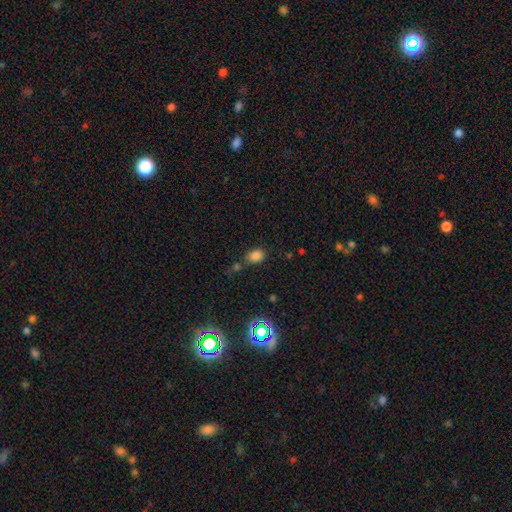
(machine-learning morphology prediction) The model was most divided on "how rounded": in between: 70%, round: 28%, cigar-shaped: 1%. More confident: smooth or featured — smooth (79%); merging — none (67%).